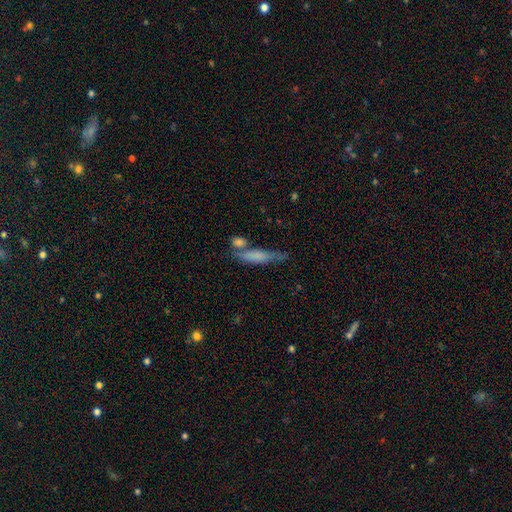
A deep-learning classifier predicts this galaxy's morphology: Smooth or featured? smooth (60%)
How rounded? cigar-shaped (78%)
Merging? none (50%)